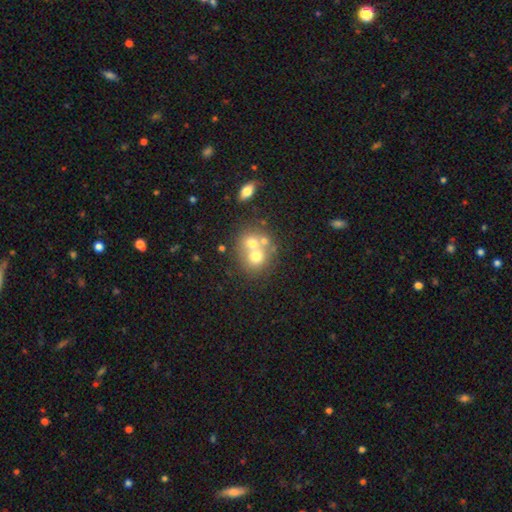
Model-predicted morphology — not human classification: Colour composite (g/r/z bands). It shows a smooth galaxy with no disk features (61%) that is round (77%). Merging: merger (56%).